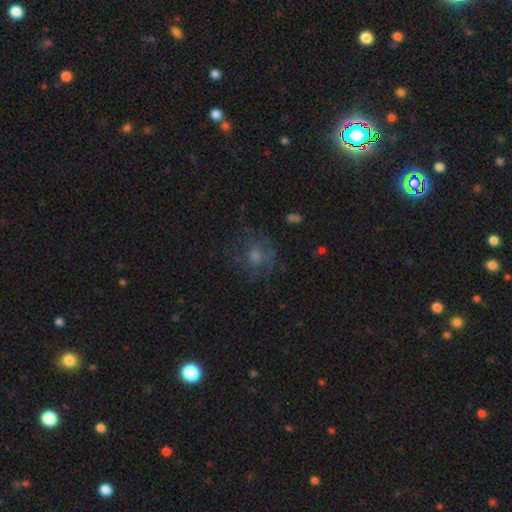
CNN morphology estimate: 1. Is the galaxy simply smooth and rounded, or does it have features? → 38% featured or disk, 37% smooth, 25% star or artifact.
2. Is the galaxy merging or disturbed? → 63% none, 18% minor disturbance, 18% major disturbance, 2% merger.